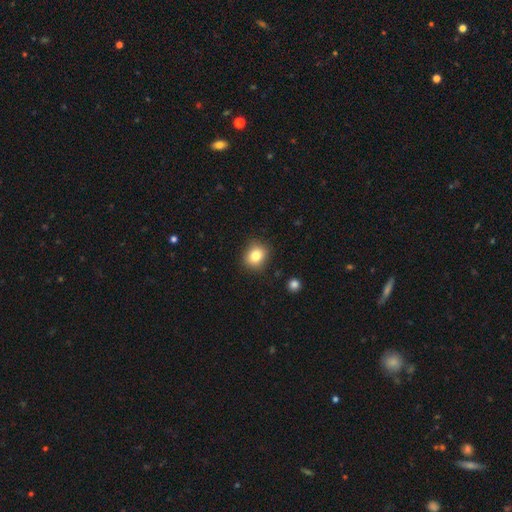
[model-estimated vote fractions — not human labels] Overall: smooth (82%). How rounded: round (69%; in between 30%). Merging: none (87%).